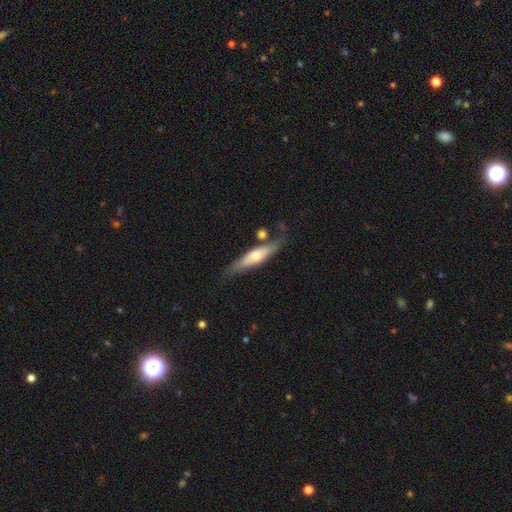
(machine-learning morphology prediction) Smooth or featured? featured or disk (50%)
Edge-on disk? yes (82%)
Merging? none (67%)